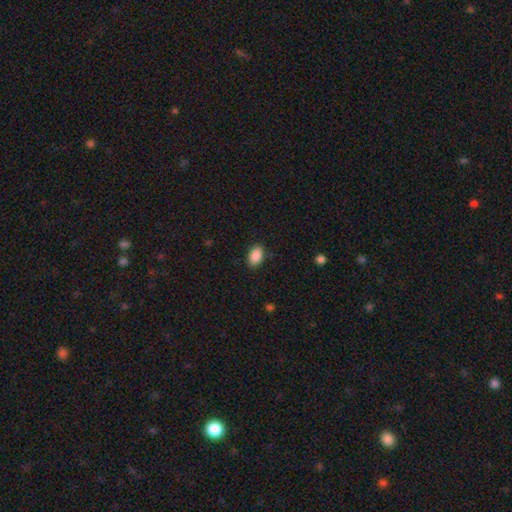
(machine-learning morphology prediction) Smooth or featured? Predicted: smooth (p=0.89). How rounded? Predicted: in between (p=0.92). Merging? Predicted: none (p=0.86).